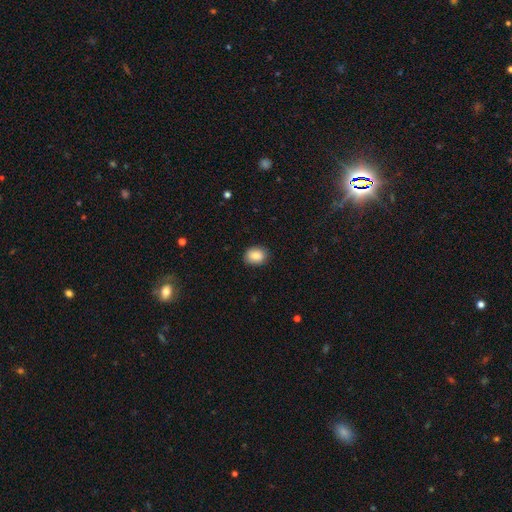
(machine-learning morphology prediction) This is clearly a smooth galaxy (86%). How rounded: possibly in between (55%). Merging: clearly none (87%).